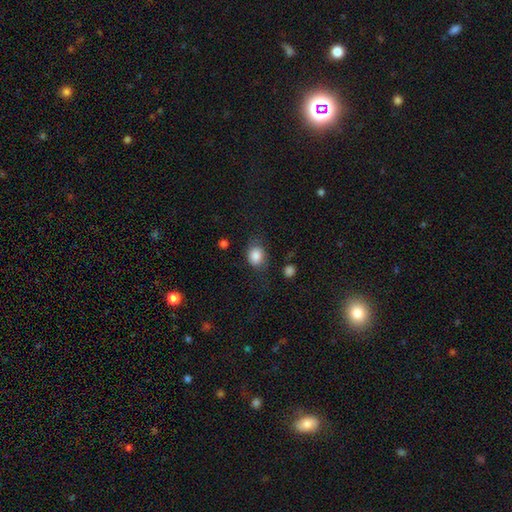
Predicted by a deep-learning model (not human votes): Overall: smooth (83%). How rounded: in between (53%; round 46%). Merging: none (63%; minor disturbance 23%).